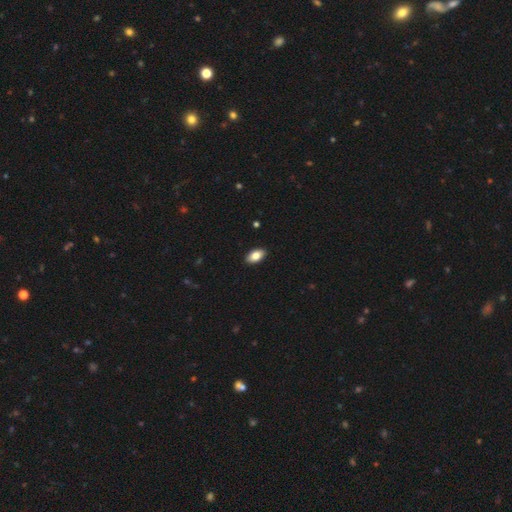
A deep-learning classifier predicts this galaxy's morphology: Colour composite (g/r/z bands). It shows a smooth galaxy with no disk features (83%) that is in between round and cigar-shaped (93%). Merging: none (90%).